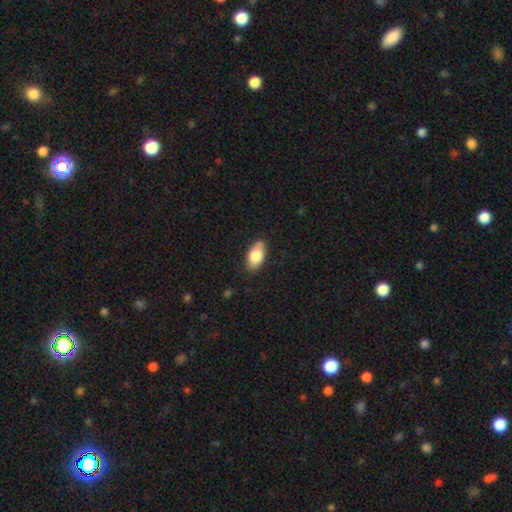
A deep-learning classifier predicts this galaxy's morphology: type=smooth (81%); roundness=in between (91%); merging=none (82%).